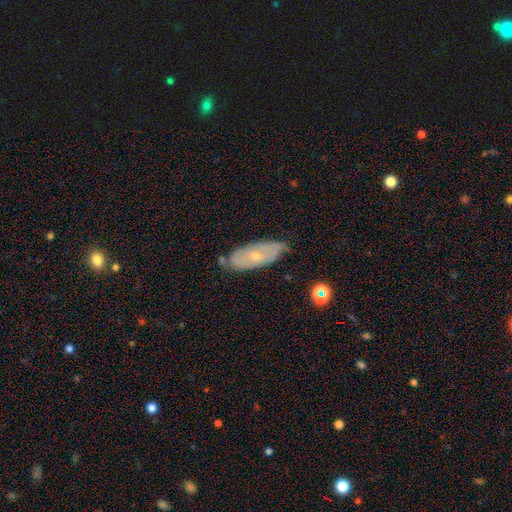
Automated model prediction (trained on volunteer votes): Smooth or featured: featured or disk — 55% (smooth — 37%)
Edge-on disk: no — 82% (yes — 18%)
Merging: none — 72% (minor disturbance — 21%)